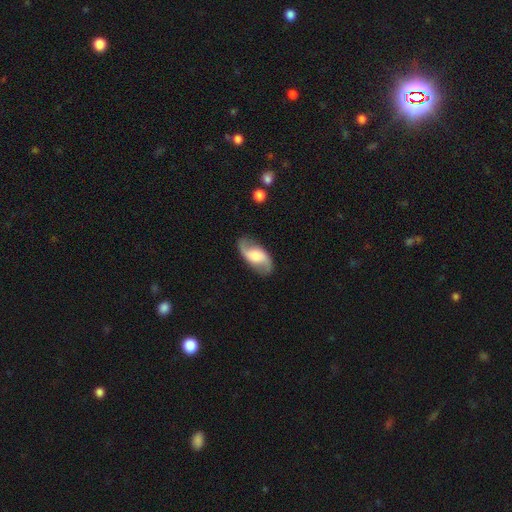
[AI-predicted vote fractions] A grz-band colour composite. It shows a featured or disk galaxy (73%) with no bar (45%), 2 (92%) loose (62%) spiral arms (93%) and a moderate central bulge (43%). Merging: none (82%).